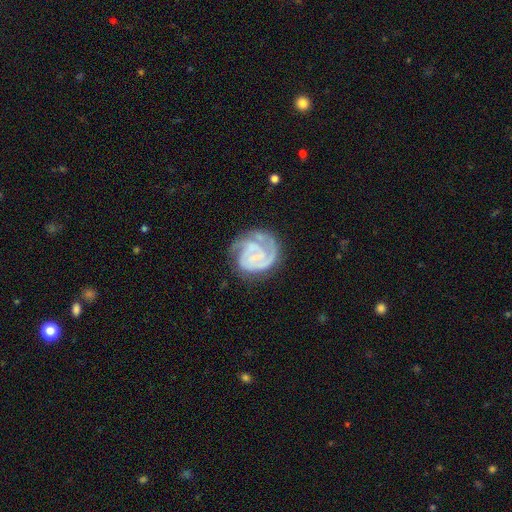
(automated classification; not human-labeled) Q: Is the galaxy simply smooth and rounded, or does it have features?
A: featured or disk — 83%.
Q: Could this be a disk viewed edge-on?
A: no — 98%.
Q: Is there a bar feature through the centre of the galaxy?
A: no — 57%.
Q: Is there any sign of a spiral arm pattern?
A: yes — 95%.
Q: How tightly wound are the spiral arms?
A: tight — 65%.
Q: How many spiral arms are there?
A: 2 — 38%.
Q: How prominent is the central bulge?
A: none — 52%.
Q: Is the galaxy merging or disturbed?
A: none — 61%.